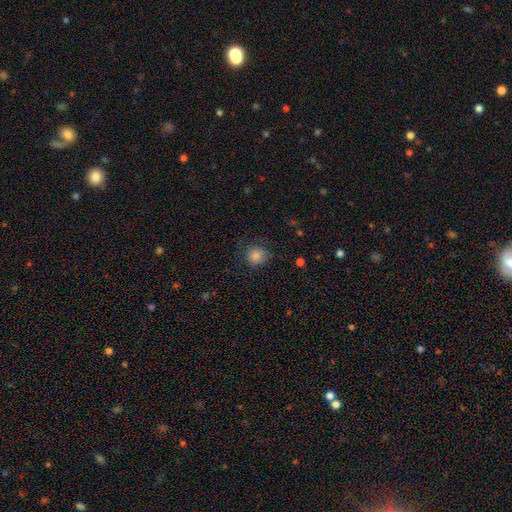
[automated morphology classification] Q: Smooth or featured?
A: smooth (81%); runner-up: star or artifact (12%)
Q: How rounded?
A: round (88%); runner-up: in between (11%)
Q: Merging?
A: none (75%); runner-up: minor disturbance (17%)